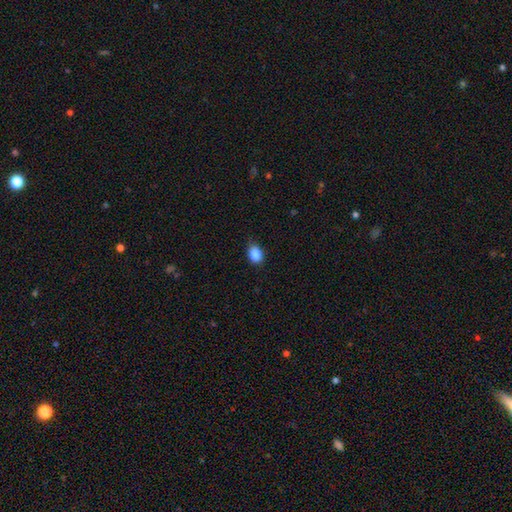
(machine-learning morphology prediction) Smooth or featured? smooth (88%)
How rounded? in between (71%)
Merging? none (75%)